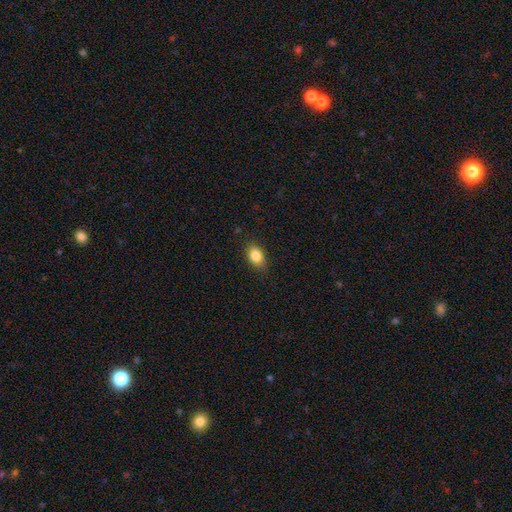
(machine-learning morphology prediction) A smooth galaxy with no disk features (85%) that is in between round and cigar-shaped (84%). Merging: none (84%).